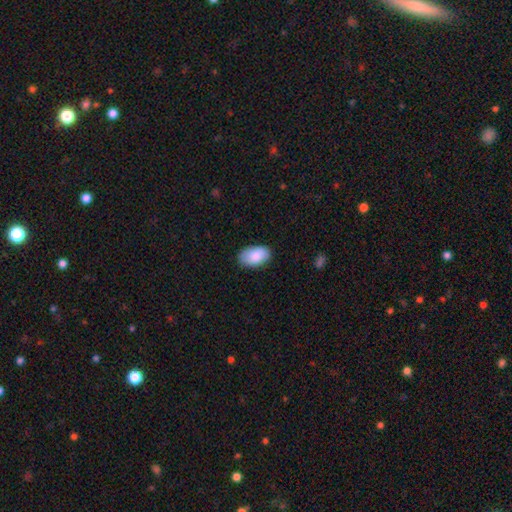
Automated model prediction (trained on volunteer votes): Smooth or featured? Predicted: smooth (p=0.88). How rounded? Predicted: in between (p=0.94). Merging? Predicted: none (p=0.83).